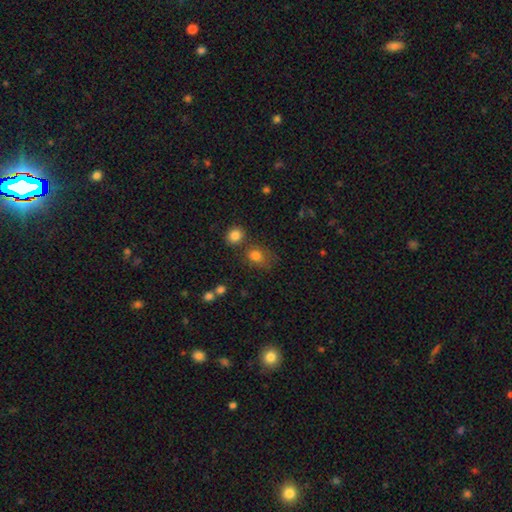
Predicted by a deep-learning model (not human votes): A smooth galaxy with no disk features (80%) that is round (58%). Merging: none (60%).